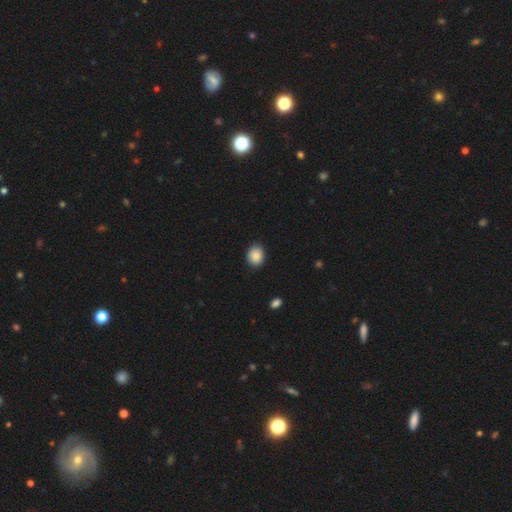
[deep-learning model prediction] Smooth or featured? smooth (87%)
How rounded? round (52%)
Merging? none (86%)